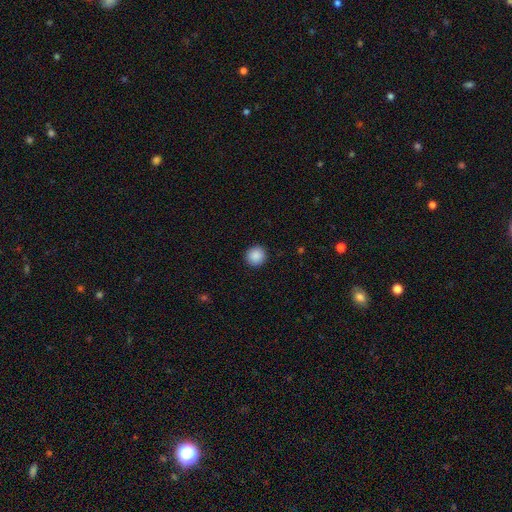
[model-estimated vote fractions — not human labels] smooth_or_featured: smooth (p=0.89) [alt: star or artifact p=0.08]
how_rounded: round (p=0.94) [alt: in between p=0.05]
merging: none (p=0.93) [alt: minor disturbance p=0.05]